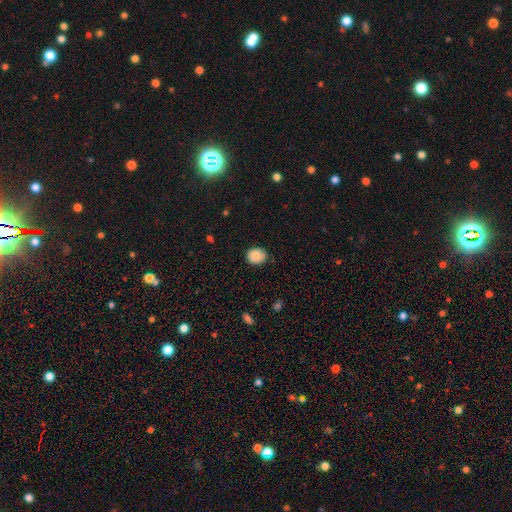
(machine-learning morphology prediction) smooth-or-featured: smooth: 85% | star or artifact: 8% | featured or disk: 7%
  how-rounded: round: 69% | in between: 30% | cigar-shaped: 1%
  merging: none: 85% | minor disturbance: 12% | major disturbance: 2% | merger: 1%